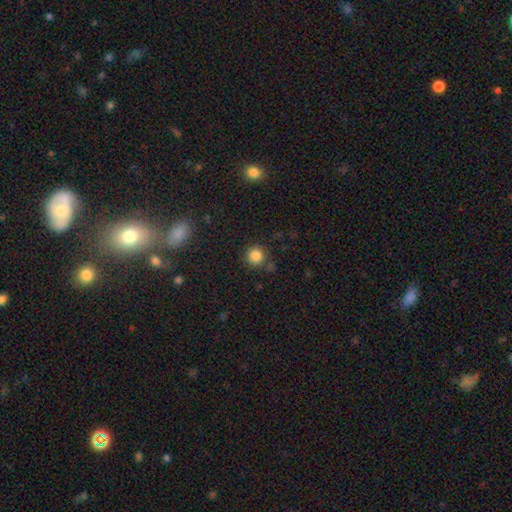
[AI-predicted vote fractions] This appears to be a smooth galaxy with no disk features (84%) that is round (93%). Merging: none (81%).